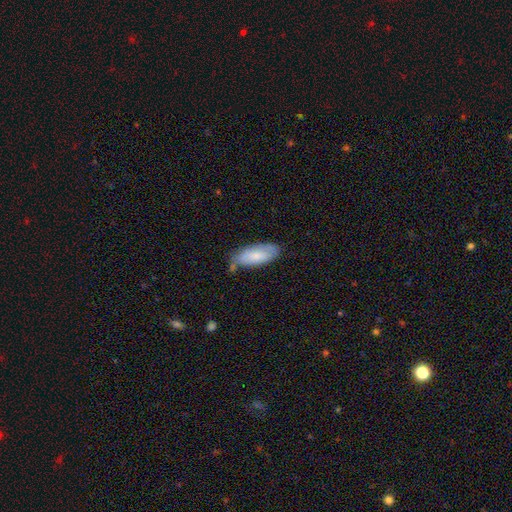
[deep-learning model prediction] This is likely a smooth galaxy (74%). How rounded: likely in between (78%). Merging: possibly none (58%).